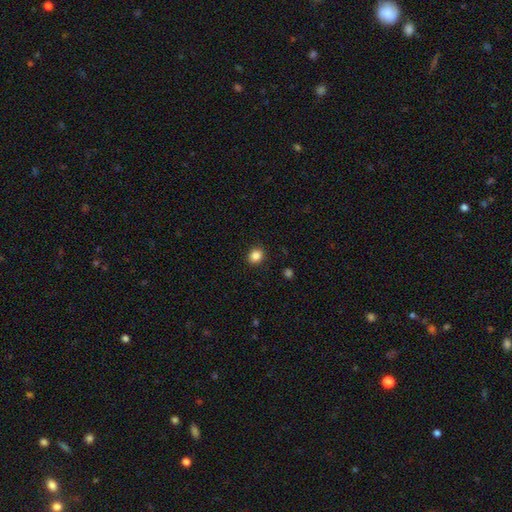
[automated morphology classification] Overall: smooth (86%). How rounded: round (63%; in between 36%). Merging: none (90%).